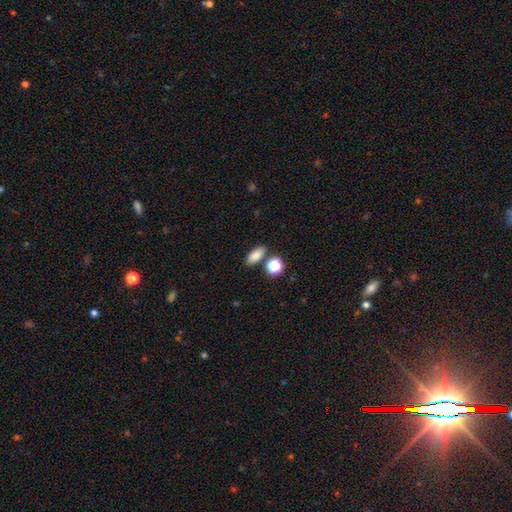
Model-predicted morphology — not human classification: Smooth or featured: smooth — 81% (star or artifact — 10%)
How rounded: in between — 79% (cigar-shaped — 11%)
Merging: none — 77% (minor disturbance — 10%)